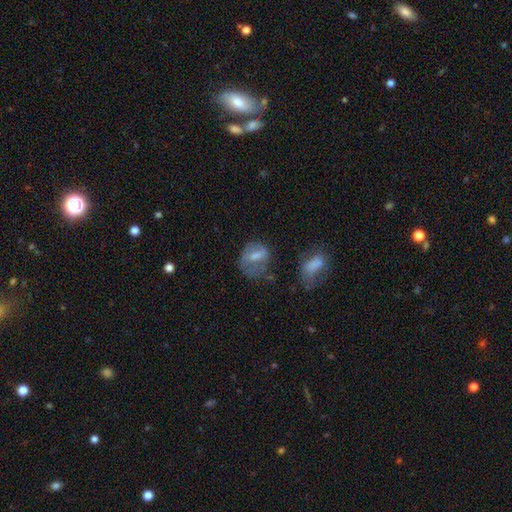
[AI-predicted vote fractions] This is possibly a smooth galaxy (55%). How rounded: possibly in between (56%). Merging: marginally none (43%).